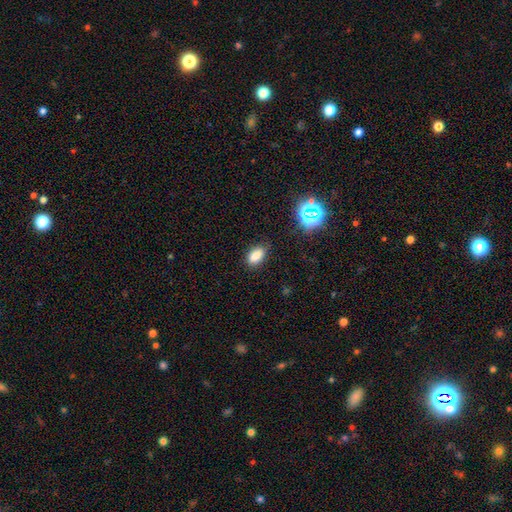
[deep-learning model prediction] Smooth or featured? smooth (81%)
How rounded? in between (87%)
Merging? none (80%)